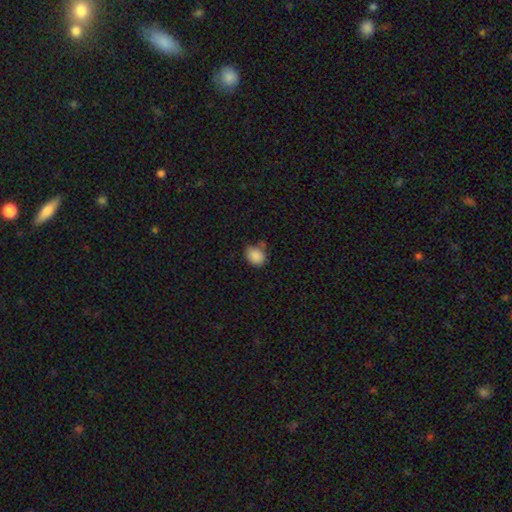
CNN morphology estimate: type=smooth (87%); roundness=in between (50%); merging=none (61%).